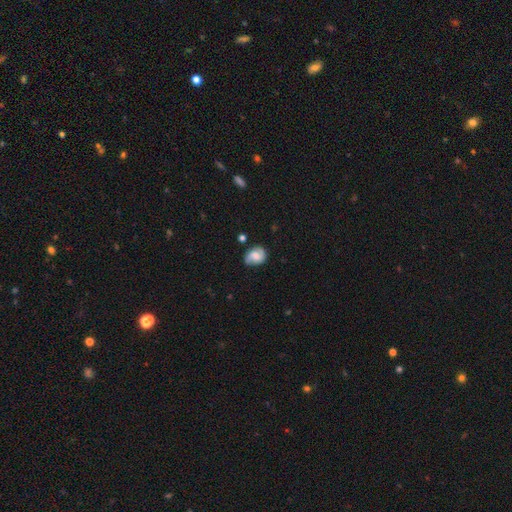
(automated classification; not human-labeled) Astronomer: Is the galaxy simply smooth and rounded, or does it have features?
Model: featured or disk — 55% (runner-up: smooth, 37%).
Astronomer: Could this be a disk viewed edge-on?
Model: no — 97%.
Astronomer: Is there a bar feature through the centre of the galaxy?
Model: no — 48% (runner-up: weak, 42%).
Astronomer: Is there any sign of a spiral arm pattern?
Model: yes — 89%.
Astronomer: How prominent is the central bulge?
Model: moderate — 47% (runner-up: small, 28%).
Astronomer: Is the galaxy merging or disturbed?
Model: none — 67%.